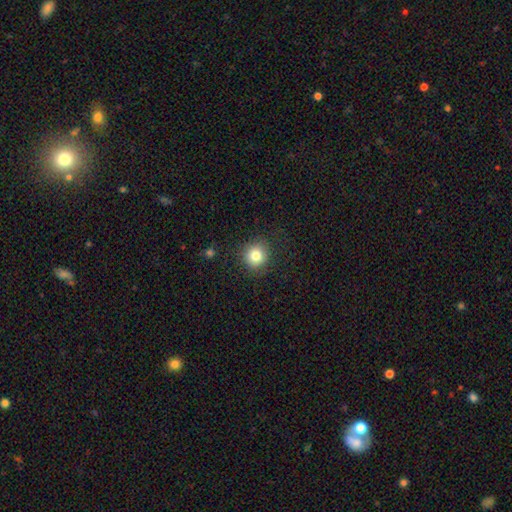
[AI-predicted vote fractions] Smooth or featured? Predicted: smooth (p=0.82). How rounded? Predicted: round (p=0.91). Merging? Predicted: none (p=0.88).